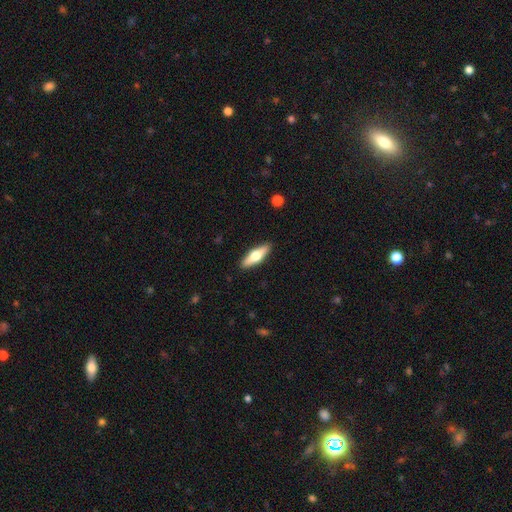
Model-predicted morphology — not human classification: Overall: smooth (50%; featured or disk 45%). Merging: none (90%).